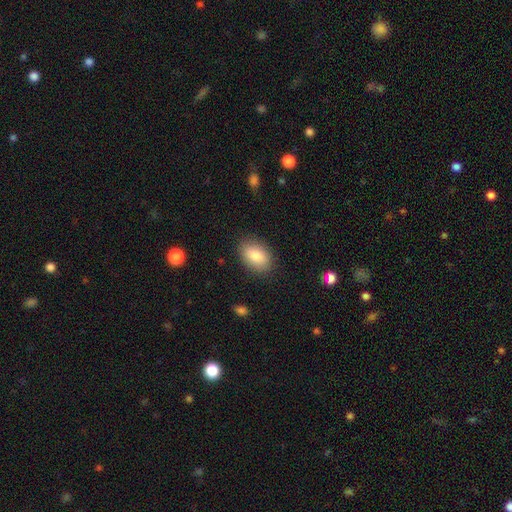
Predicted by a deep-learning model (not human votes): This appears to be a smooth galaxy with no disk features (83%) that is in between round and cigar-shaped (87%). Merging: none (86%).